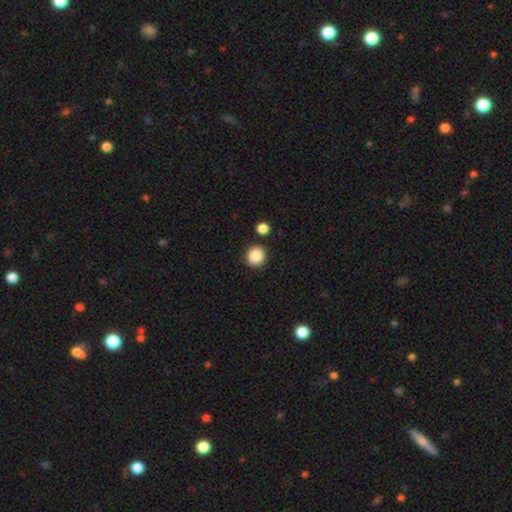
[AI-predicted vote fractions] Smooth or featured? Predicted: smooth (p=0.87). How rounded? Predicted: round (p=0.92). Merging? Predicted: none (p=0.87).